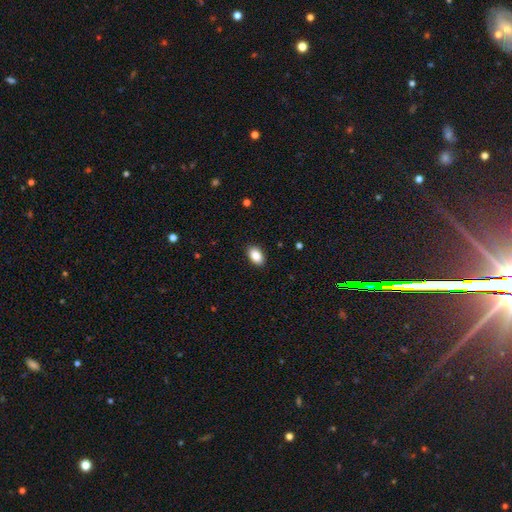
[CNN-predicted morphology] Smooth or featured?
  - smooth: 88% *
  - star or artifact: 7%
  - featured or disk: 5%
How rounded?
  - in between: 91% *
  - round: 8%
  - cigar-shaped: 1%
Merging?
  - none: 90% *
  - minor disturbance: 7%
  - major disturbance: 2%
  - merger: 1%